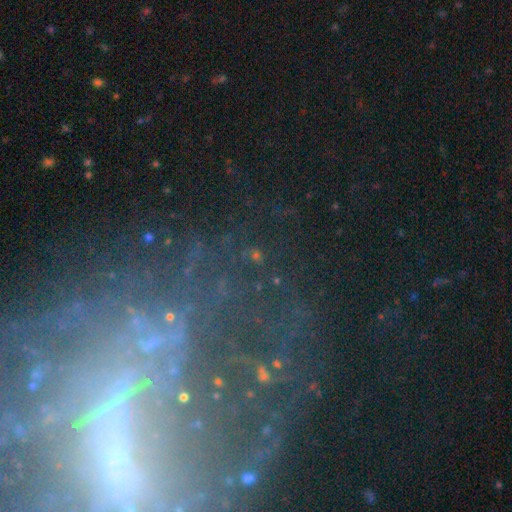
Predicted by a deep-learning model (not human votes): Smooth or featured? featured or disk (45%)
Merging? none (64%)